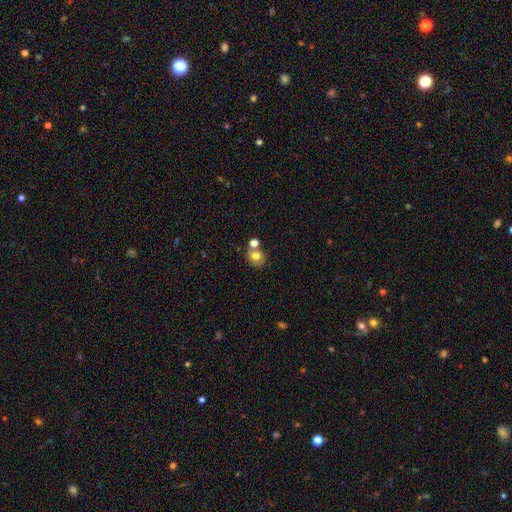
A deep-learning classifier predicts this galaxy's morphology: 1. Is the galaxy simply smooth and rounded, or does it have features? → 72% smooth, 16% featured or disk, 12% star or artifact.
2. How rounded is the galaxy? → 76% round, 23% in between, 1% cigar-shaped.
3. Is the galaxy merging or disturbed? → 53% none, 32% merger, 11% minor disturbance, 4% major disturbance.